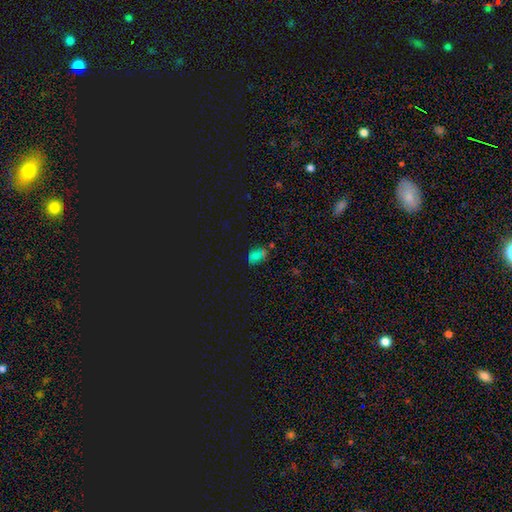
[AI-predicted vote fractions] smooth-or-featured: smooth: 58% | star or artifact: 35% | featured or disk: 8%
  how-rounded: in between: 63% | round: 35% | cigar-shaped: 2%
  merging: none: 59% | minor disturbance: 20% | merger: 14% | major disturbance: 7%